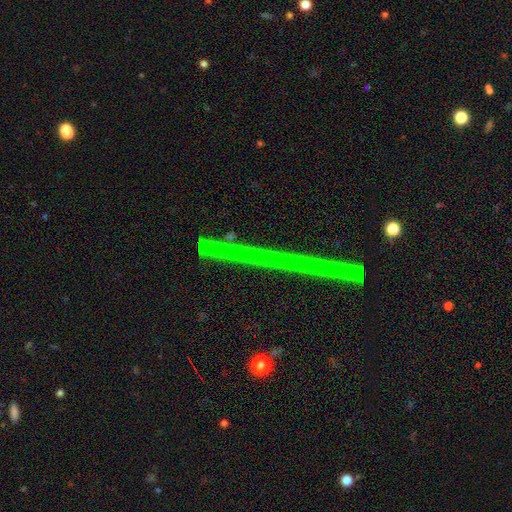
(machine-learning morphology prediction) Smooth or featured? star or artifact (58%)